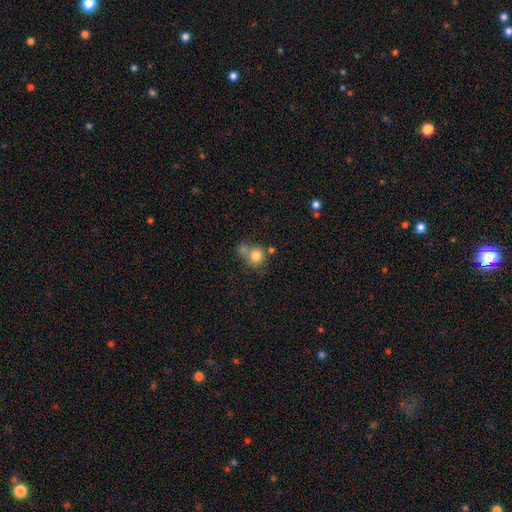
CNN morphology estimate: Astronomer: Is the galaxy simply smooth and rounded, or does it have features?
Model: smooth — 79%.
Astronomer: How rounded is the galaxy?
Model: round — 84%.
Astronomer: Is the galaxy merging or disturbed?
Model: none — 48% (runner-up: merger, 33%).